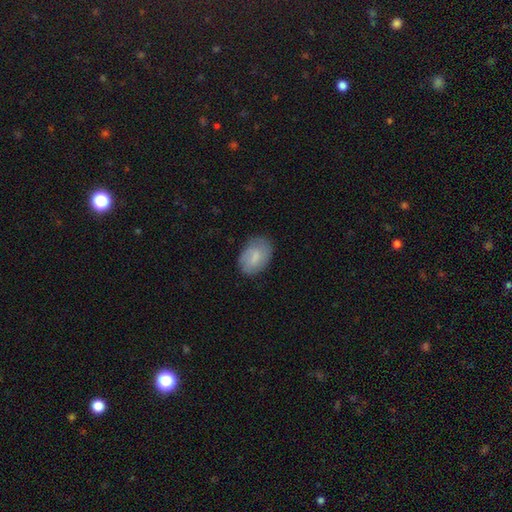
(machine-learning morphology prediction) A smooth galaxy with no disk features (72%) that is in between round and cigar-shaped (86%).

Vote fractions:
- Smooth or featured? smooth: 72% / featured or disk: 21% / star or artifact: 7%
- How rounded? in between: 86% / round: 12% / cigar-shaped: 1%
- Merging? none: 76% / minor disturbance: 18% / major disturbance: 5% / merger: 1%